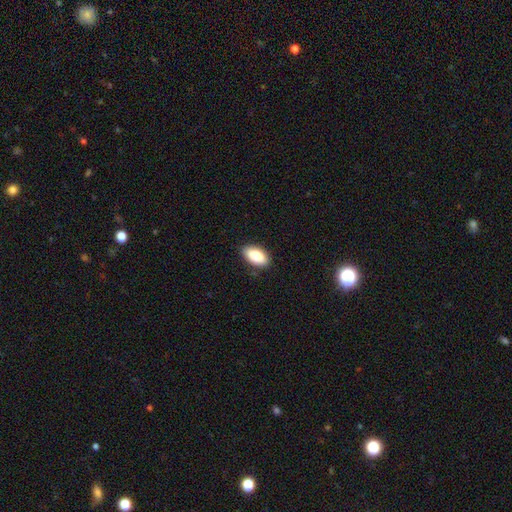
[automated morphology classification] smooth-or-featured: smooth: 85% | featured or disk: 9% | star or artifact: 7%
  how-rounded: in between: 94% | round: 4% | cigar-shaped: 3%
  merging: none: 87% | minor disturbance: 10% | major disturbance: 2% | merger: 1%